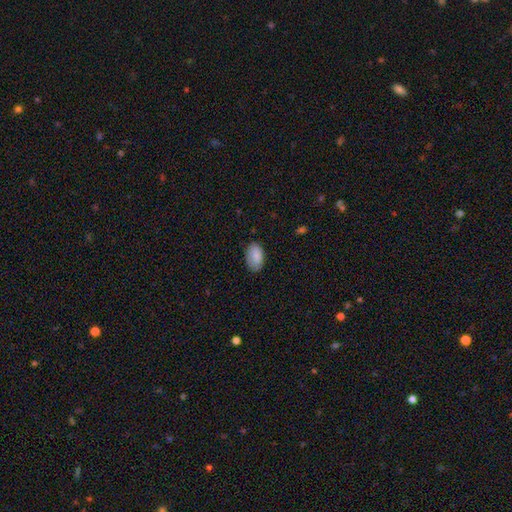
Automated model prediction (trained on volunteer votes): A smooth galaxy with no disk features (86%) that is in between round and cigar-shaped (93%). Merging: none (78%).